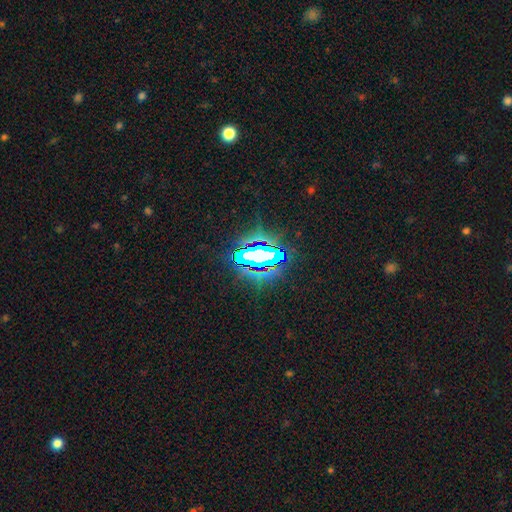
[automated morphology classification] The model was most divided on "smooth or featured": star or artifact: 66%, featured or disk: 17%, smooth: 17%.